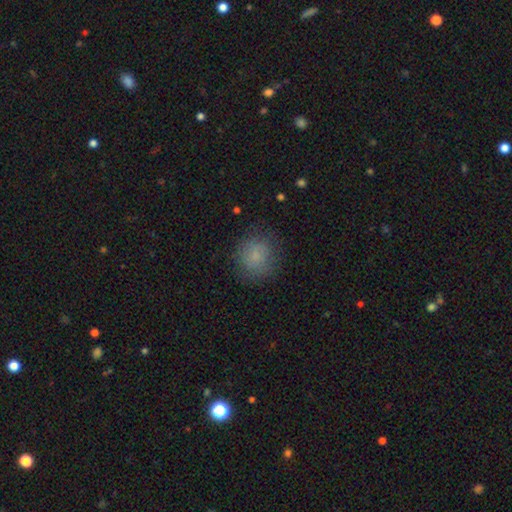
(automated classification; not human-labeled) Overall: smooth (80%). How rounded: round (89%). Merging: none (80%).